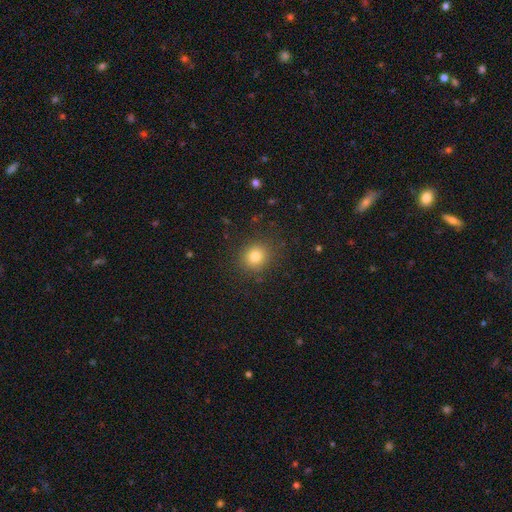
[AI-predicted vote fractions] A smooth galaxy with no disk features (81%) that is round (84%). Merging: none (87%).